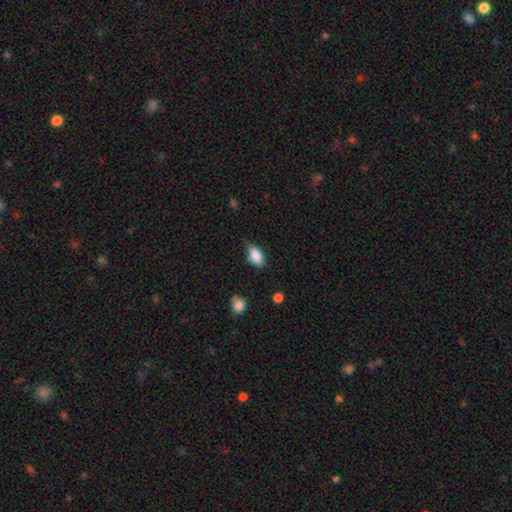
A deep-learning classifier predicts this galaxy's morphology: smooth-or-featured: smooth: 83% | featured or disk: 9% | star or artifact: 7%
  how-rounded: in between: 89% | cigar-shaped: 6% | round: 5%
  merging: none: 54% | minor disturbance: 37% | major disturbance: 7% | merger: 2%